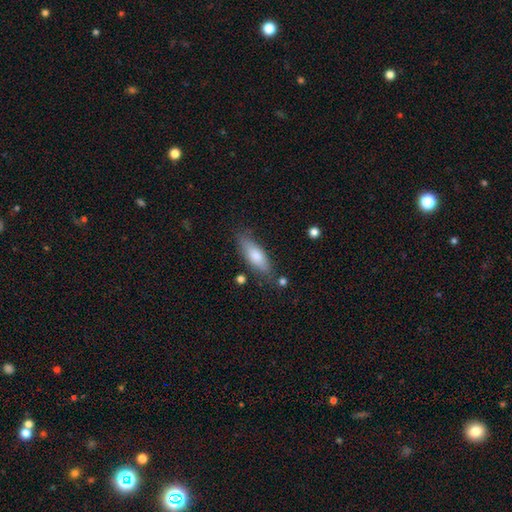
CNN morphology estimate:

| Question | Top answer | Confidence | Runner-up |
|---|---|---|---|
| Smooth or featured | smooth | 74% | featured or disk (20%) |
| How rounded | in between | 58% | cigar-shaped (40%) |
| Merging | none | 78% | minor disturbance (15%) |